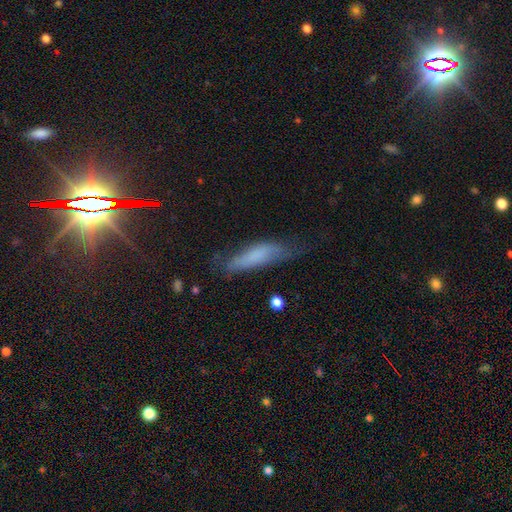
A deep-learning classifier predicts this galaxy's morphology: smooth 68%, featured or disk 23%, star or artifact 10%. Down the decision tree: how rounded — cigar-shaped (64%); merging — none (51%).